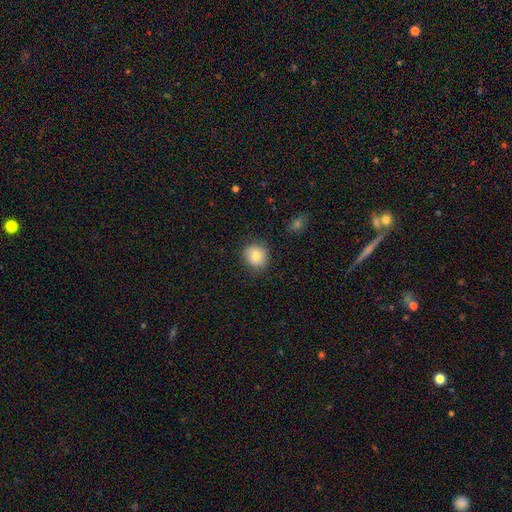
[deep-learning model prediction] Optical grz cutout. It shows a smooth galaxy with no disk features (82%) that is round (84%). Merging: none (82%).